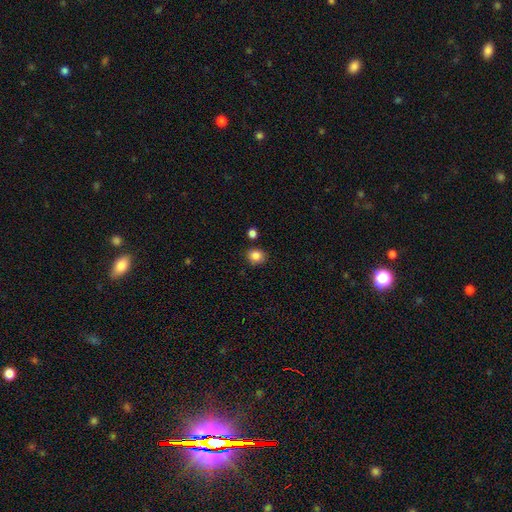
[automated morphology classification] Smooth or featured? Predicted: smooth (p=0.85). How rounded? Predicted: round (p=0.76). Merging? Predicted: none (p=0.84).